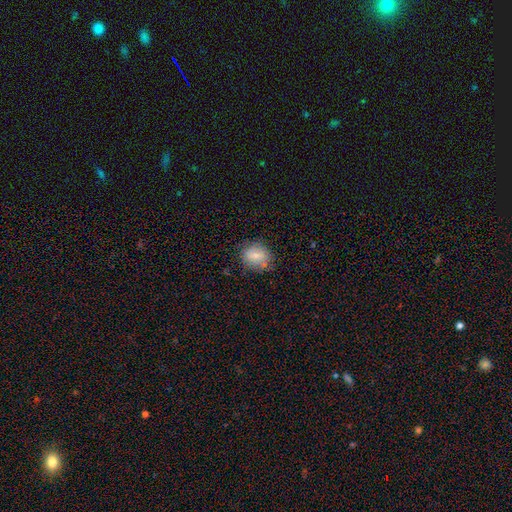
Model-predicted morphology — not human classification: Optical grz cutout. It shows a smooth galaxy with no disk features (78%) that is round (61%). Merging: none (75%).